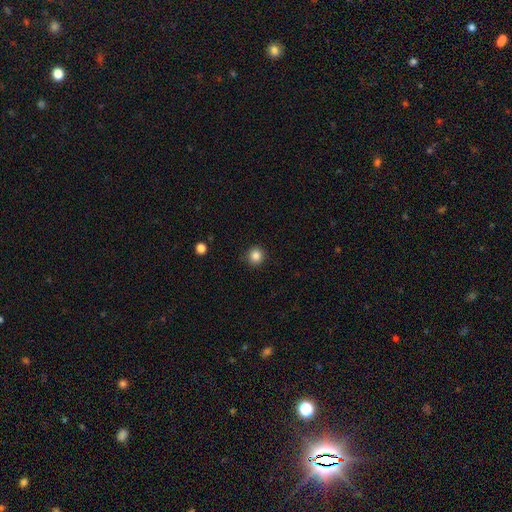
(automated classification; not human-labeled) This is clearly a smooth galaxy (85%). How rounded: clearly round (93%). Merging: clearly none (90%).